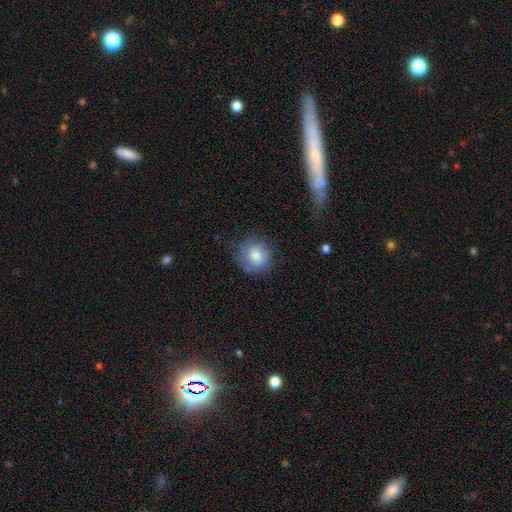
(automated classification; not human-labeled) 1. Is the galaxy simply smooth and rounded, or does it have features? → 70% smooth, 22% featured or disk, 9% star or artifact.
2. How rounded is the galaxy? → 85% round, 14% in between, 1% cigar-shaped.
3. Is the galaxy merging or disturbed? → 64% none, 25% minor disturbance, 10% major disturbance, 2% merger.